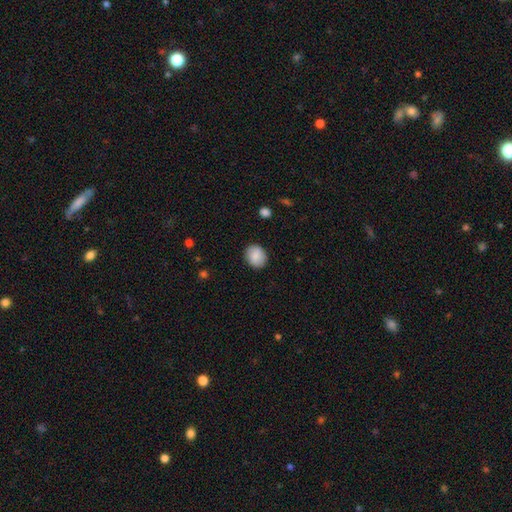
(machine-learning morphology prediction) This is clearly a smooth galaxy (86%). How rounded: likely round (68%). Merging: clearly none (88%).